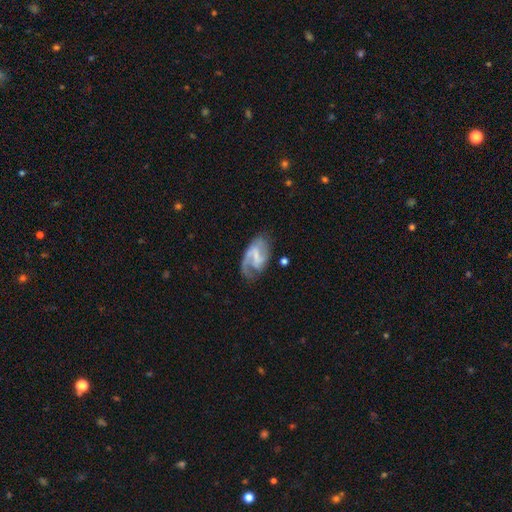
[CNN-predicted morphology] featured or disk 77%, smooth 17%, star or artifact 6%. Down the decision tree: edge-on disk — no (97%); bar — weak (48%); spiral arms — yes (90%); spiral arm count — 2 (53%); spiral winding — medium (46%); bulge size — none (42%); merging — none (52%).